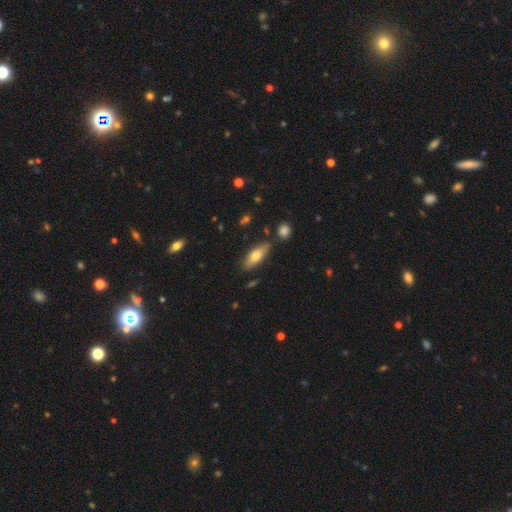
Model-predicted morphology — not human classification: smooth 64%, featured or disk 29%, star or artifact 6%. Down the decision tree: how rounded — in between (59%); merging — none (81%).